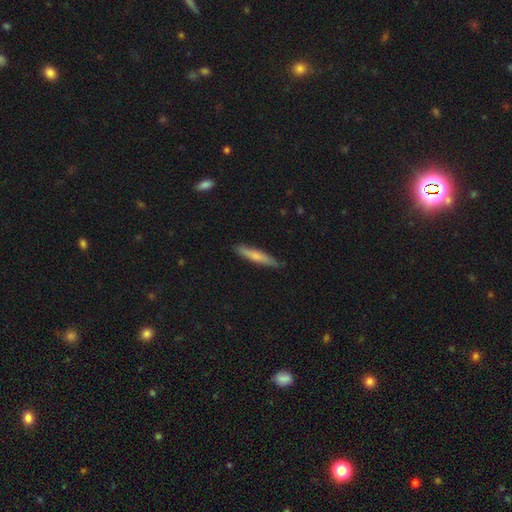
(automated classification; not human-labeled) Smooth or featured?
  - smooth: 65% *
  - featured or disk: 30%
  - star or artifact: 5%
How rounded?
  - cigar-shaped: 90% *
  - in between: 8%
  - round: 1%
Merging?
  - none: 84% *
  - minor disturbance: 13%
  - major disturbance: 2%
  - merger: 1%